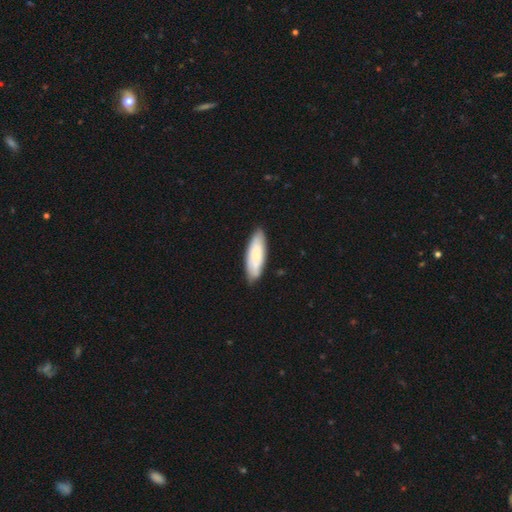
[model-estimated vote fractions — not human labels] The model was most divided on "how rounded": in between: 57%, cigar-shaped: 41%, round: 2%. More confident: merging — none (81%); smooth or featured — smooth (66%).